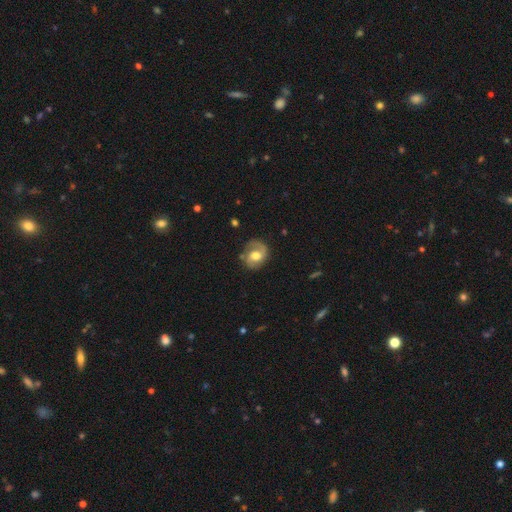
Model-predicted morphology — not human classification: Overall: featured or disk (62%; smooth 31%). Edge-on disk: no (97%). Bar: no (57%; weak 36%). Spiral arms: yes (86%). Spiral arm count: 2 (63%; 1 25%). Spiral winding: medium (44%; tight 29%). Bulge size: moderate (65%). Merging: none (68%).